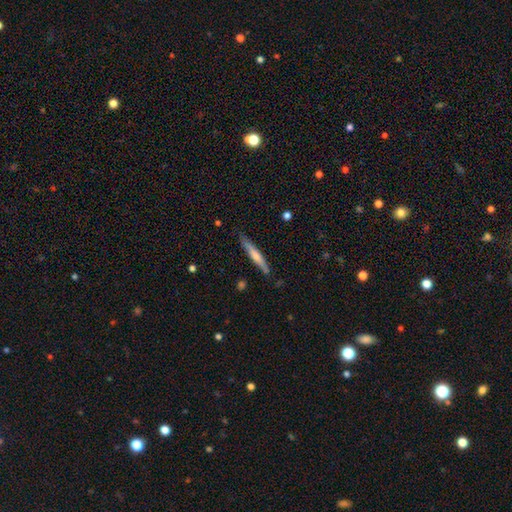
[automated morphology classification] Q: Smooth or featured?
A: smooth (57%); runner-up: featured or disk (38%)
Q: How rounded?
A: cigar-shaped (94%); runner-up: in between (5%)
Q: Merging?
A: none (82%); runner-up: minor disturbance (14%)